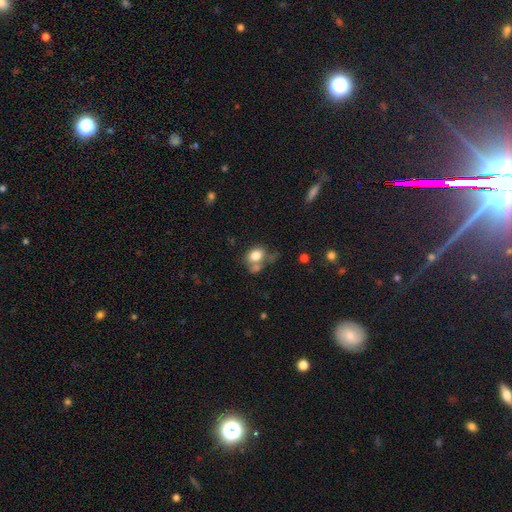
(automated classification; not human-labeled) smooth 79%, featured or disk 12%, star or artifact 10%. Down the decision tree: how rounded — in between (63%); merging — none (37%).